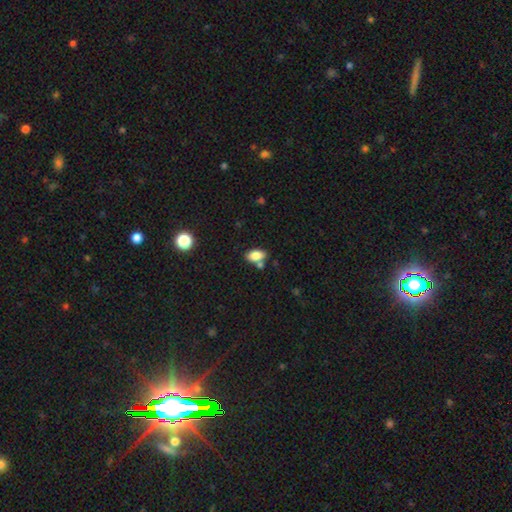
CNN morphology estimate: smooth 82%, star or artifact 9%, featured or disk 9%. Down the decision tree: how rounded — in between (91%); merging — none (67%).